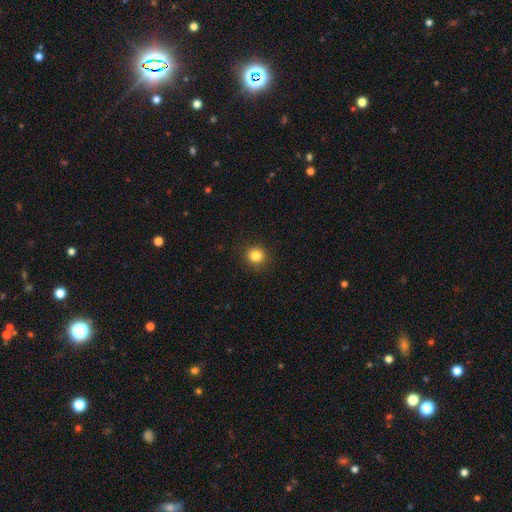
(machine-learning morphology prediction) smooth 84%, star or artifact 11%, featured or disk 5%. Down the decision tree: how rounded — round (92%); merging — none (92%).